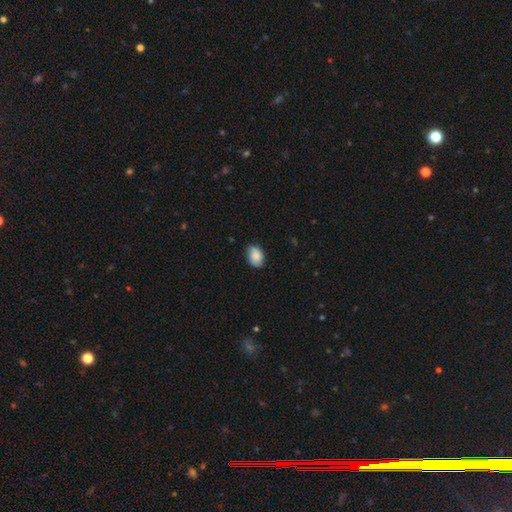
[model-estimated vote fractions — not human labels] Smooth or featured? Predicted: smooth (p=0.85). How rounded? Predicted: in between (p=0.84). Merging? Predicted: none (p=0.79).